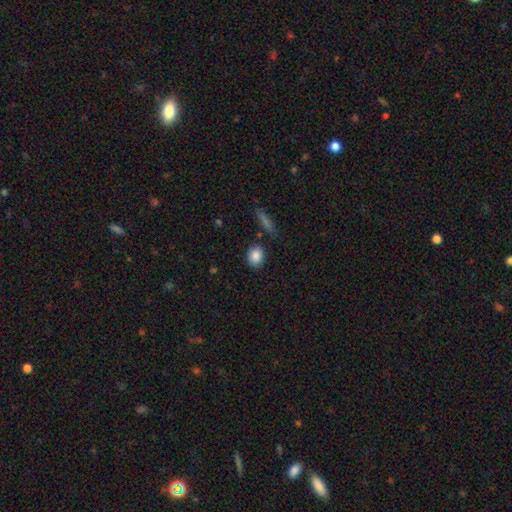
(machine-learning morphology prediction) A smooth galaxy with no disk features (87%) that is round (63%).

Vote fractions:
- Smooth or featured? smooth: 87% / star or artifact: 8% / featured or disk: 5%
- How rounded? round: 63% / in between: 35% / cigar-shaped: 2%
- Merging? none: 83% / minor disturbance: 10% / merger: 4% / major disturbance: 3%